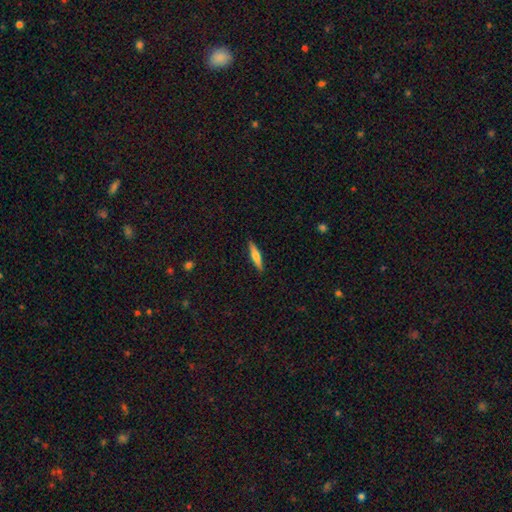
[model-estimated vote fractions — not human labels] The model was most divided on "smooth or featured": smooth: 55%, featured or disk: 39%, star or artifact: 6%. More confident: merging — none (90%); how rounded — cigar-shaped (85%).